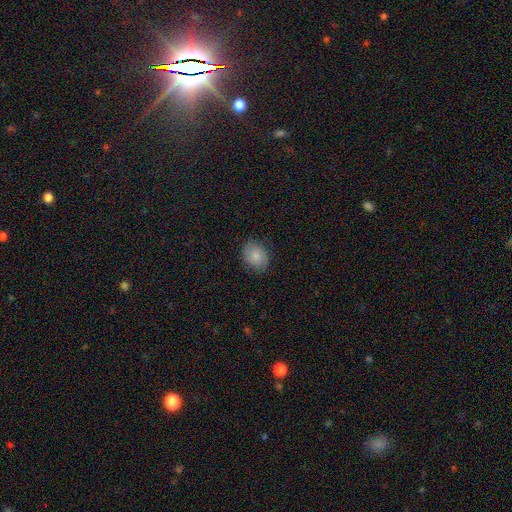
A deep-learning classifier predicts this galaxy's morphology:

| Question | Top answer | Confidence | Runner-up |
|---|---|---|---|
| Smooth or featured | smooth | 82% | featured or disk (11%) |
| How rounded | round | 53% | in between (46%) |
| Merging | none | 83% | minor disturbance (13%) |